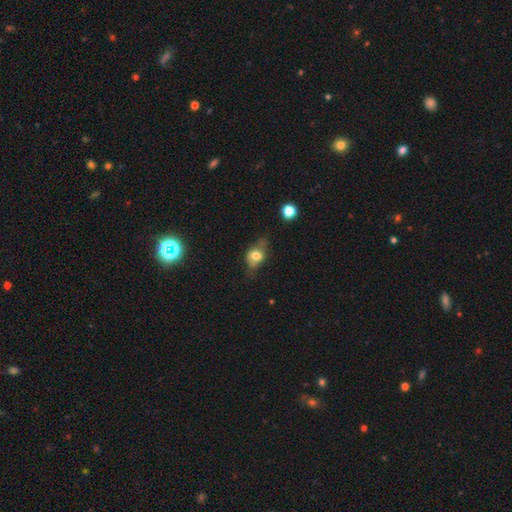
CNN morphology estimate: type=smooth (60%); roundness=in between (65%); merging=none (49%).